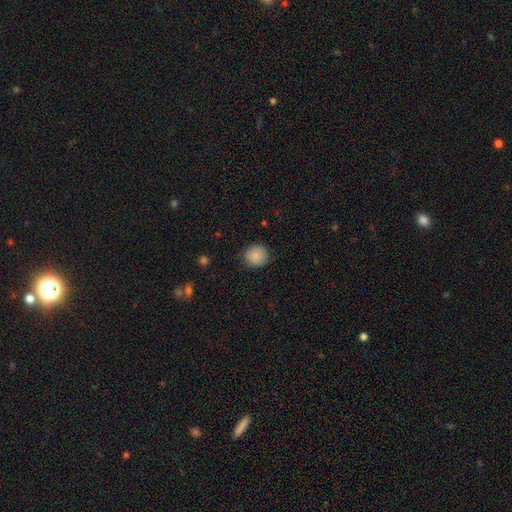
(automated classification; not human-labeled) This is clearly a smooth galaxy (87%). How rounded: clearly round (92%). Merging: clearly none (88%).